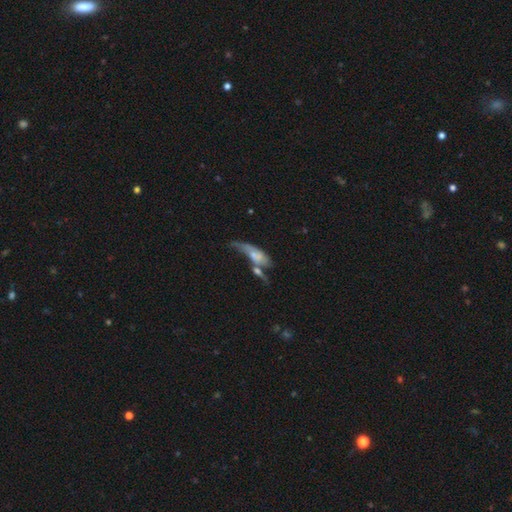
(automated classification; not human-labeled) This is possibly a featured or disk galaxy (49%). Merging: marginally merger (41%).